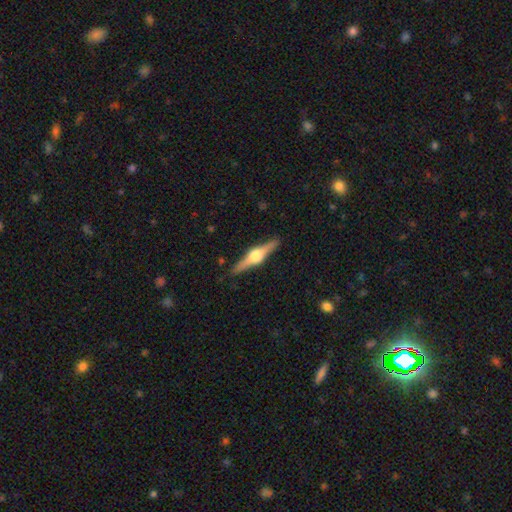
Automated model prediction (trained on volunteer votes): Smooth or featured? Predicted: featured or disk (p=0.79). Edge-on disk? Predicted: yes (p=0.98). Edge-on bulge? Predicted: rounded (p=0.95). Merging? Predicted: none (p=0.90).